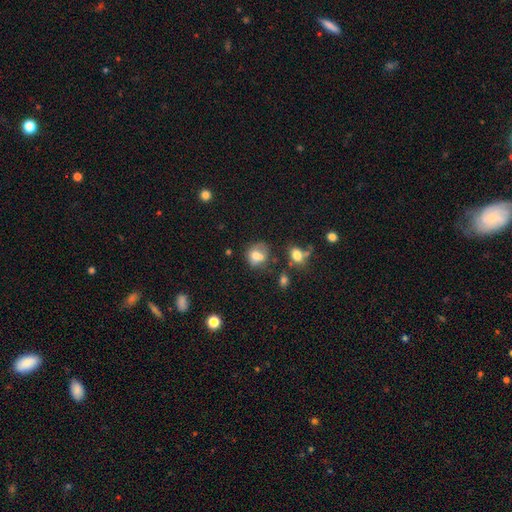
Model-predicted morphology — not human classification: smooth_or_featured: smooth (p=0.70) [alt: featured or disk p=0.18]
how_rounded: round (p=0.63) [alt: in between p=0.36]
merging: none (p=0.40) [alt: merger p=0.30]